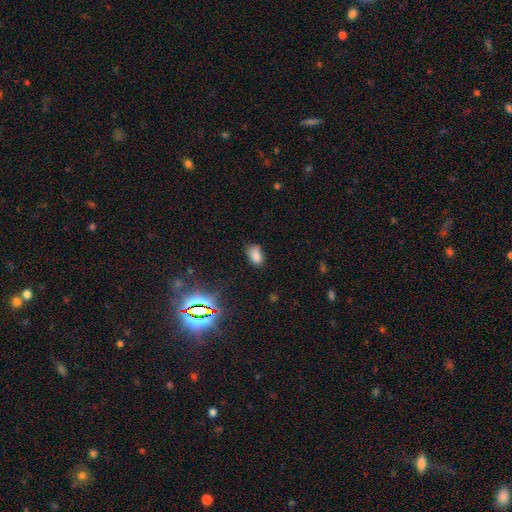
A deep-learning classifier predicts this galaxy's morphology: A smooth galaxy with no disk features (80%) that is in between round and cigar-shaped (88%). Merging: none (67%).